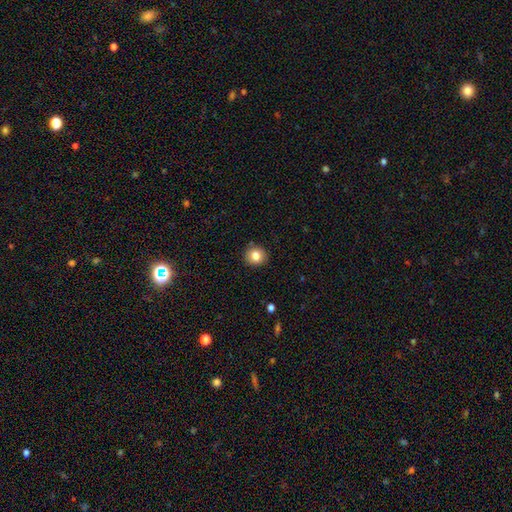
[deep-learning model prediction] smooth 83%, star or artifact 10%, featured or disk 8%. Down the decision tree: how rounded — round (86%); merging — none (90%).